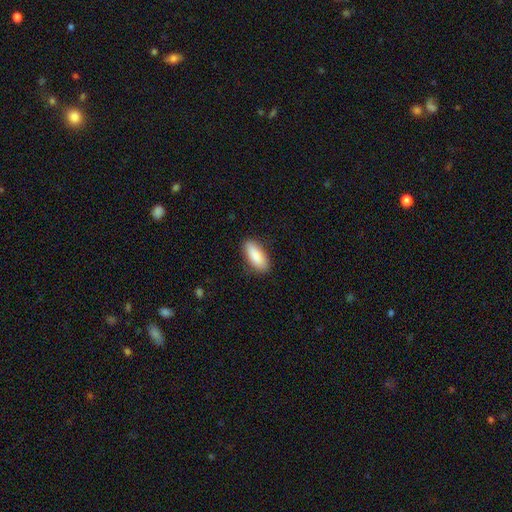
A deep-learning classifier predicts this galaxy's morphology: This appears to be a smooth galaxy with no disk features (88%) that is in between round and cigar-shaped (81%). Merging: none (86%).